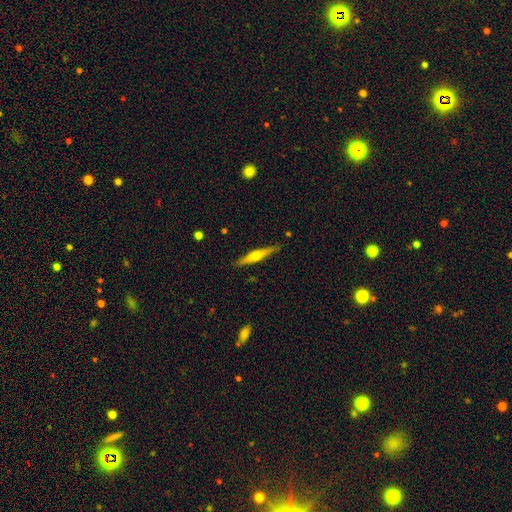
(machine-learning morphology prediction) The model was most divided on "smooth or featured": featured or disk: 57%, smooth: 37%, star or artifact: 6%. More confident: edge-on disk — yes (97%); merging — none (88%); edge-on bulge — rounded (82%).